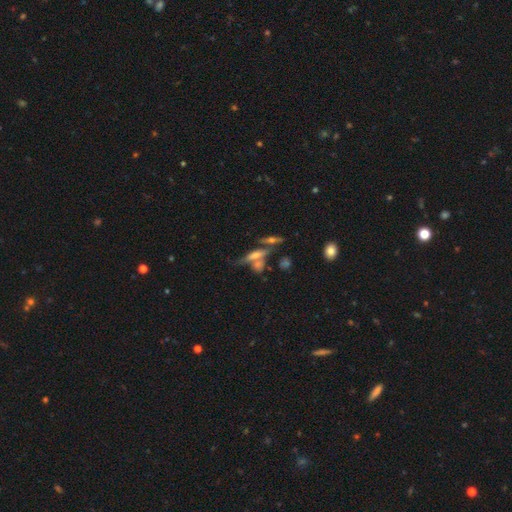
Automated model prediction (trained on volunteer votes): Overall: featured or disk (52%; smooth 33%). Edge-on disk: yes (79%). Merging: none (46%; merger 33%).